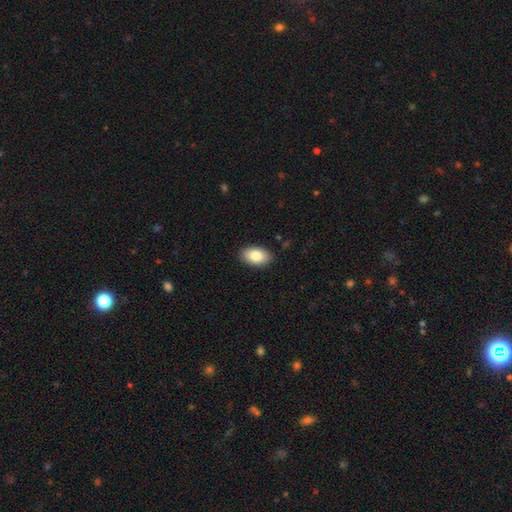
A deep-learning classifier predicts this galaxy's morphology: smooth_or_featured: smooth (p=0.84) [alt: featured or disk p=0.09]
how_rounded: in between (p=0.92) [alt: round p=0.07]
merging: none (p=0.89) [alt: minor disturbance p=0.08]